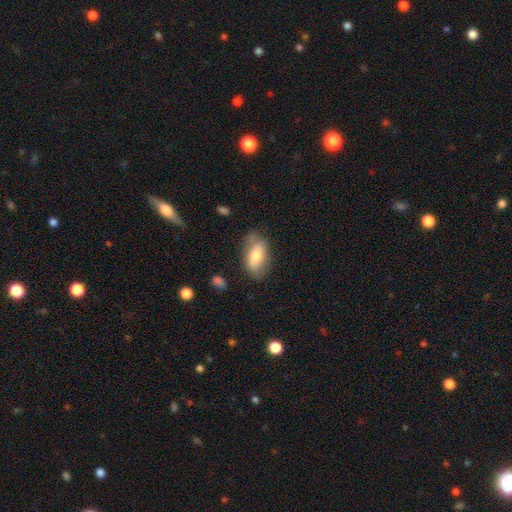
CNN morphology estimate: A smooth galaxy with no disk features (65%) that is in between round and cigar-shaped (89%). Merging: none (69%).